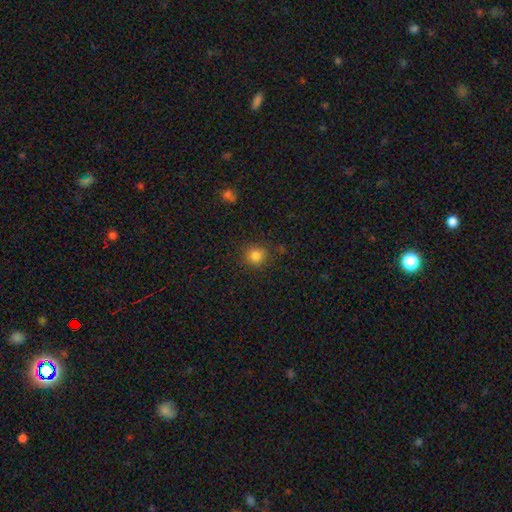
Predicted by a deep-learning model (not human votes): smooth_or_featured: smooth (p=0.84) [alt: star or artifact p=0.12]
how_rounded: round (p=0.90) [alt: in between p=0.09]
merging: none (p=0.87) [alt: minor disturbance p=0.09]